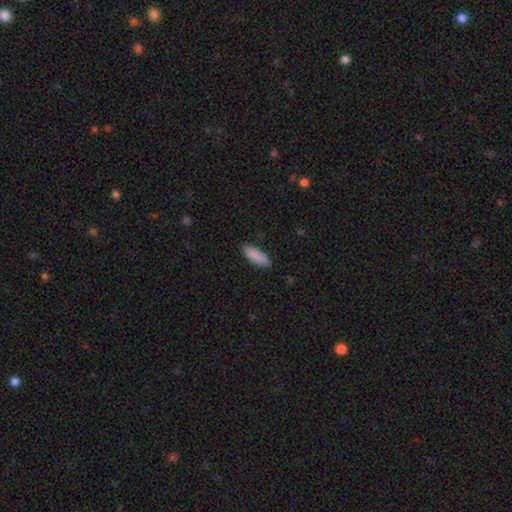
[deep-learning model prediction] Smooth or featured?
  - smooth: 89% *
  - star or artifact: 6%
  - featured or disk: 5%
How rounded?
  - in between: 60% *
  - cigar-shaped: 39%
  - round: 2%
Merging?
  - none: 85% *
  - minor disturbance: 12%
  - major disturbance: 2%
  - merger: 1%